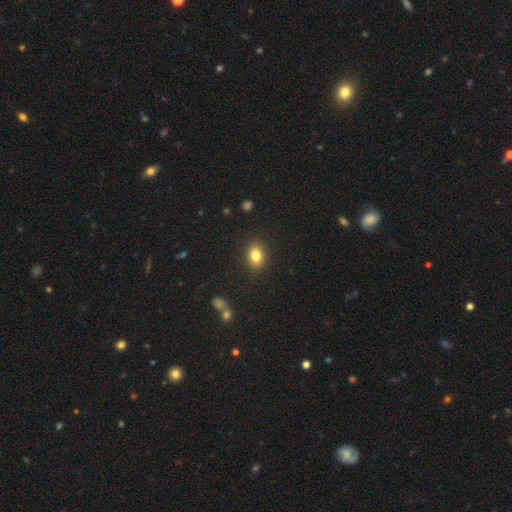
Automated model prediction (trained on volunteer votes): Q: Smooth or featured?
A: smooth (82%); runner-up: star or artifact (10%)
Q: How rounded?
A: in between (71%); runner-up: round (27%)
Q: Merging?
A: none (88%); runner-up: minor disturbance (8%)